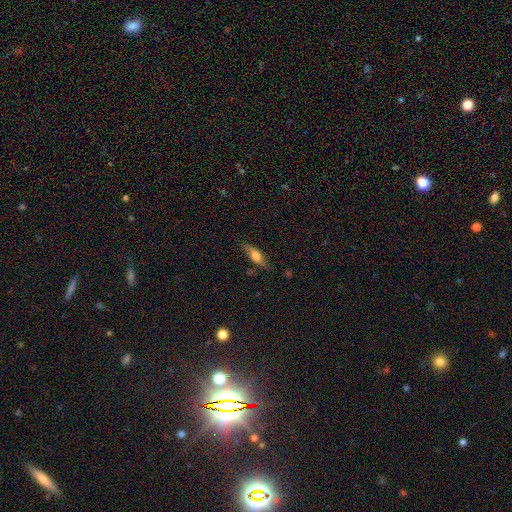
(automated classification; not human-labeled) A smooth galaxy with no disk features (63%) that is in between round and cigar-shaped (61%). Merging: none (73%).